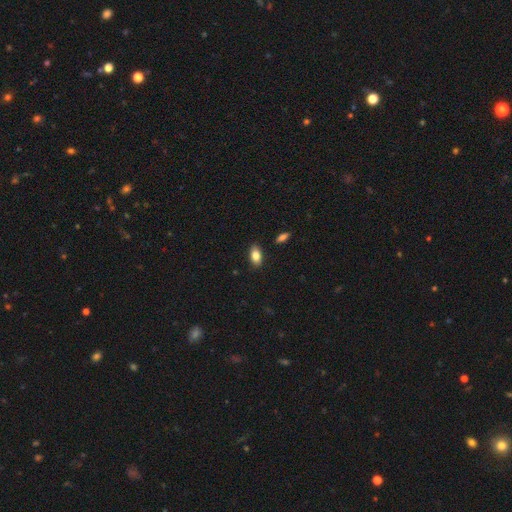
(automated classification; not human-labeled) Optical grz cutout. It shows a smooth galaxy with no disk features (82%) that is in between round and cigar-shaped (90%). Merging: none (87%).